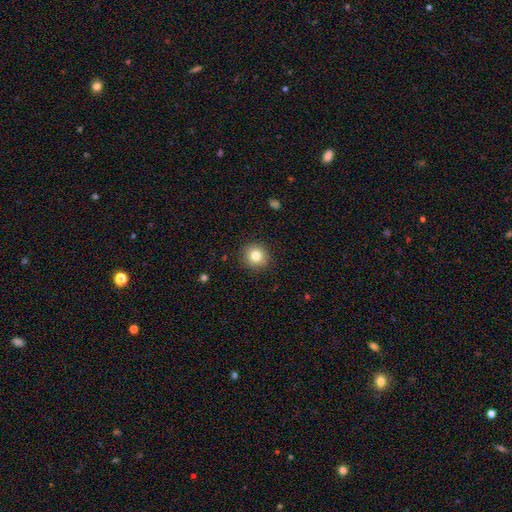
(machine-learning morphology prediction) type=smooth (81%); roundness=round (91%); merging=none (89%).